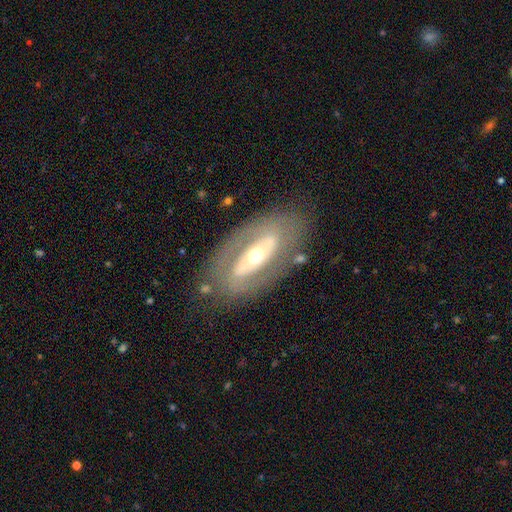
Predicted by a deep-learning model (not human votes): Morphology: type=featured or disk (70%); edge-on=no (88%); bar=no (59%); spiral arms=no (73%); bulge=moderate (65%); merging=none (77%).